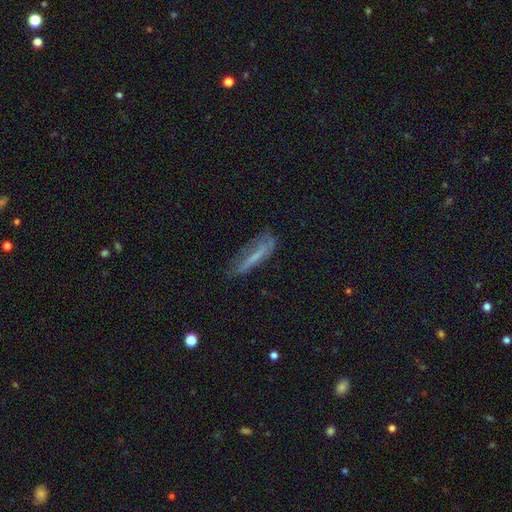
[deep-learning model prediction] Smooth or featured? smooth (45%)
Merging? none (57%)